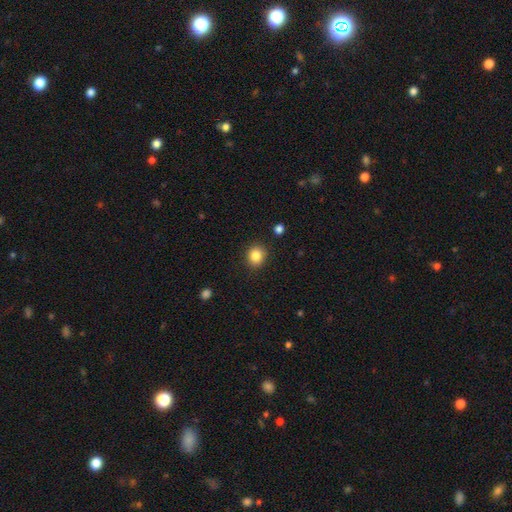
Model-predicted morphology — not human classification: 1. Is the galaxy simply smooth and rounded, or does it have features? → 85% smooth, 10% star or artifact, 5% featured or disk.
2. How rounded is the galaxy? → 82% round, 17% in between, 1% cigar-shaped.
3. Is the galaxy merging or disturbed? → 90% none, 7% minor disturbance, 2% major disturbance, 1% merger.